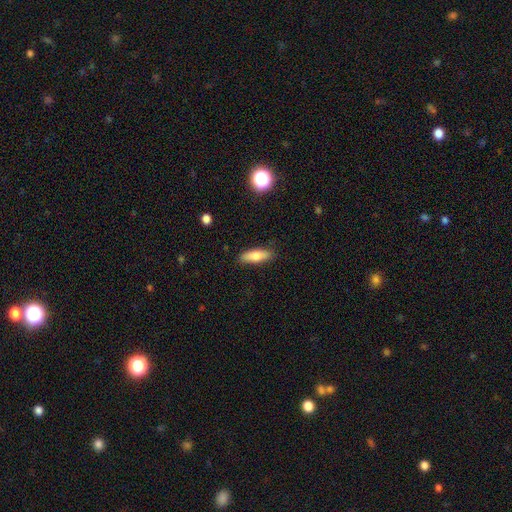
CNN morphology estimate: Overall: smooth (74%). How rounded: in between (53%; cigar-shaped 44%). Merging: none (86%).